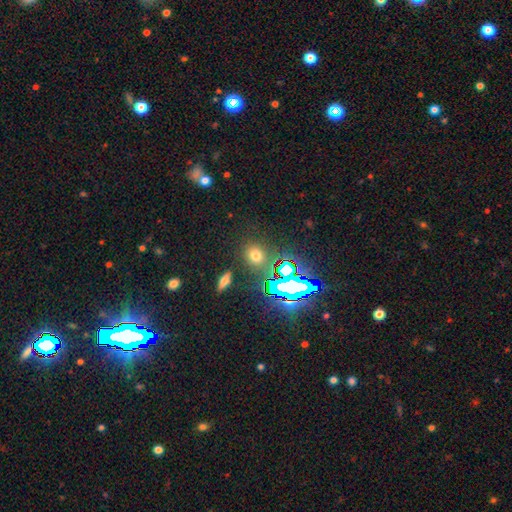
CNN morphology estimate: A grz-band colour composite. It shows a smooth galaxy with no disk features (61%) that is round (69%). Merging: none (84%).